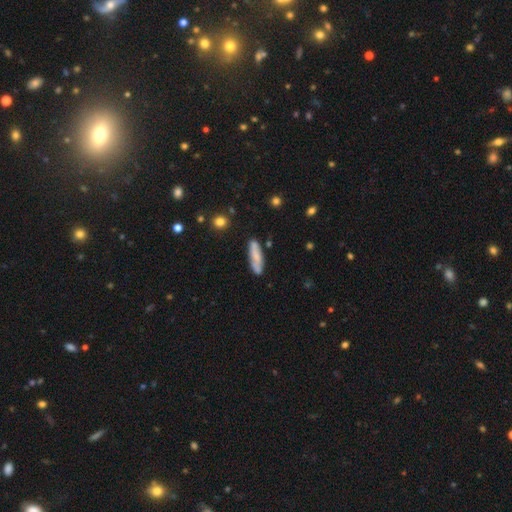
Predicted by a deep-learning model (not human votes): Morphology: type=smooth (63%); roundness=cigar-shaped (68%); merging=none (74%).